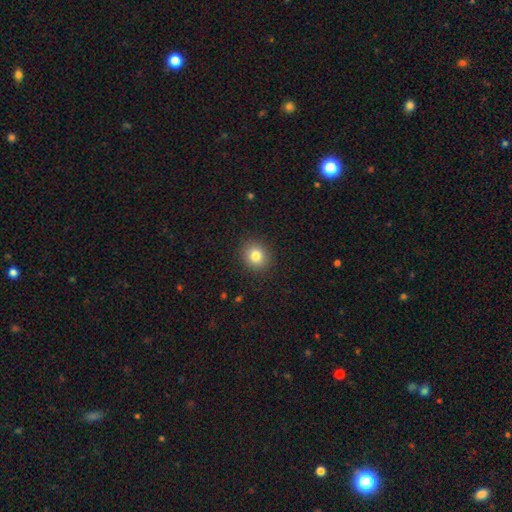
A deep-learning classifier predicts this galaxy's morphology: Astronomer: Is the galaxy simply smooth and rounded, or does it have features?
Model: smooth — 82%.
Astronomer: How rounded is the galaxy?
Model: round — 80%.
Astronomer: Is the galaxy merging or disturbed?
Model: none — 91%.